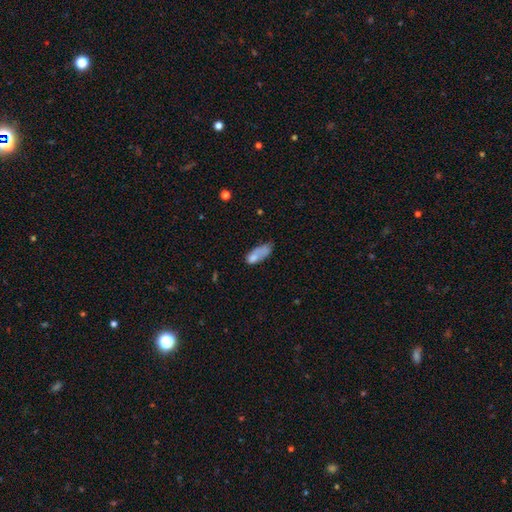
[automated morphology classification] Q: Smooth or featured?
A: smooth (70%); runner-up: featured or disk (20%)
Q: How rounded?
A: in between (77%); runner-up: cigar-shaped (18%)
Q: Merging?
A: none (30%); runner-up: minor disturbance (28%)